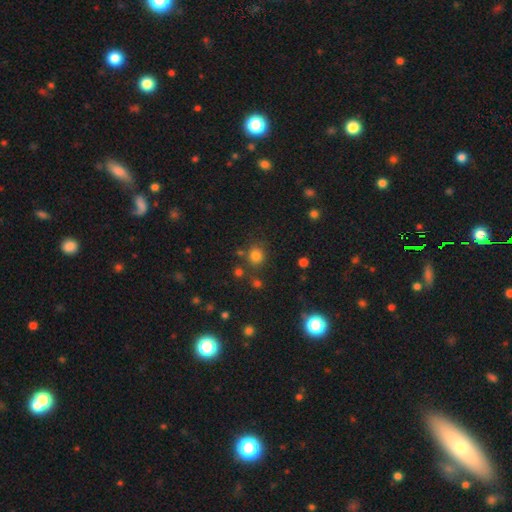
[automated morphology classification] A smooth galaxy with no disk features (79%) that is round (85%).

Vote fractions:
- Smooth or featured? smooth: 79% / star or artifact: 16% / featured or disk: 6%
- How rounded? round: 85% / in between: 14% / cigar-shaped: 1%
- Merging? none: 78% / minor disturbance: 10% / merger: 8% / major disturbance: 4%